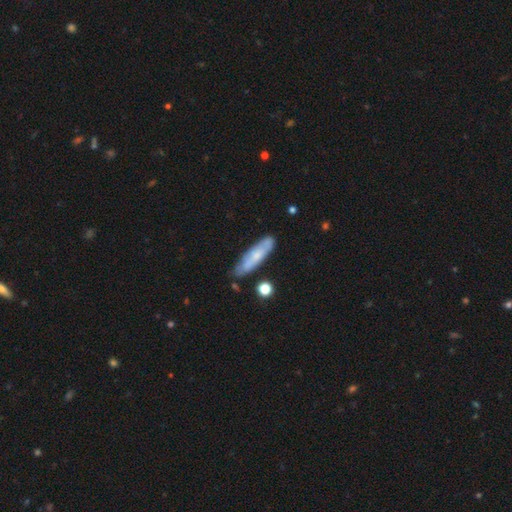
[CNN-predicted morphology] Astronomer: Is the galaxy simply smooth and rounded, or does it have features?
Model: smooth — 57% (runner-up: featured or disk, 37%).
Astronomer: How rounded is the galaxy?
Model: cigar-shaped — 70%.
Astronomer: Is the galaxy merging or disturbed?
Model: none — 71%.